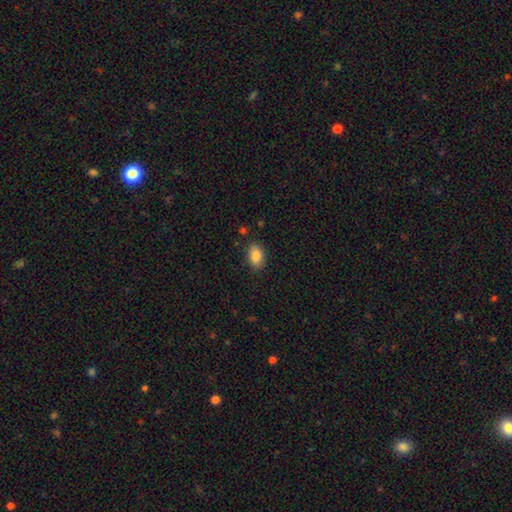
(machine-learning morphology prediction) Smooth or featured?
  - smooth: 87% *
  - star or artifact: 8%
  - featured or disk: 5%
How rounded?
  - in between: 89% *
  - round: 9%
  - cigar-shaped: 2%
Merging?
  - none: 84% *
  - minor disturbance: 12%
  - major disturbance: 3%
  - merger: 2%